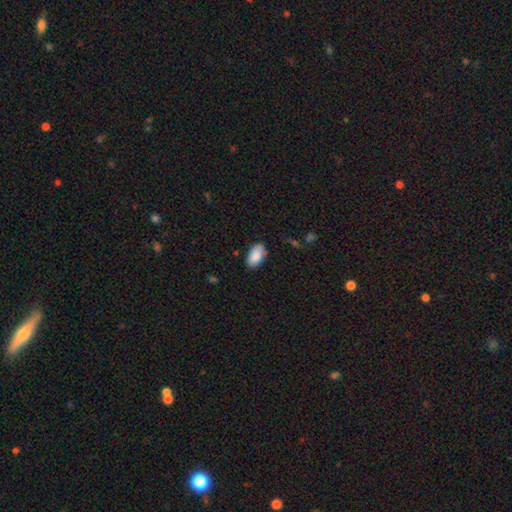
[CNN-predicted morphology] smooth 86%, featured or disk 7%, star or artifact 6%. Down the decision tree: how rounded — in between (94%); merging — none (78%).